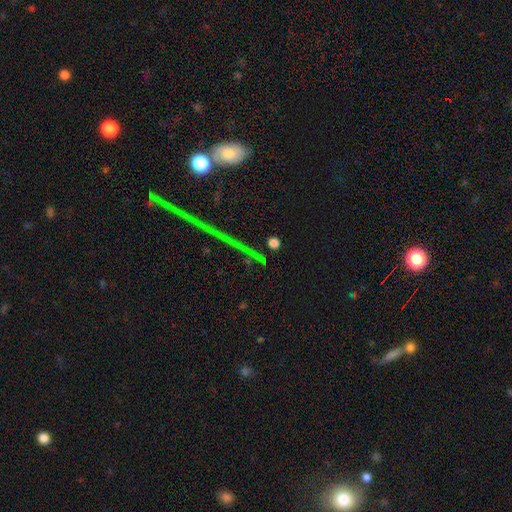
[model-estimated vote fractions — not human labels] Q: Smooth or featured?
A: star or artifact (71%); runner-up: smooth (19%)